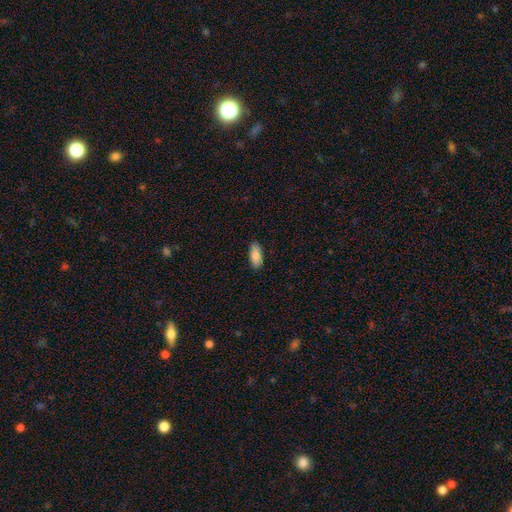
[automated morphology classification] smooth_or_featured: smooth (p=0.89) [alt: star or artifact p=0.06]
how_rounded: in between (p=0.84) [alt: cigar-shaped p=0.14]
merging: none (p=0.88) [alt: minor disturbance p=0.09]